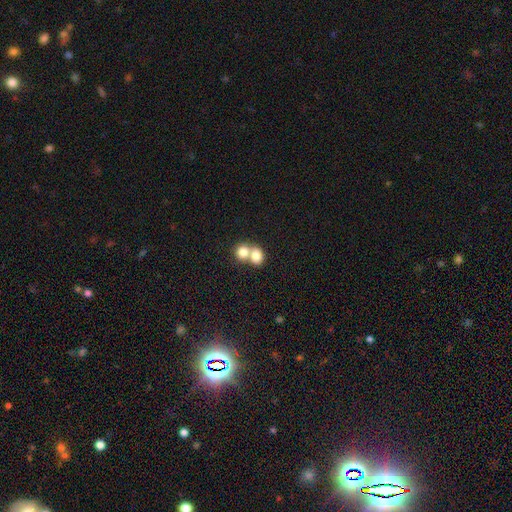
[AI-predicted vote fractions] Smooth or featured? Predicted: smooth (p=0.79). How rounded? Predicted: round (p=0.63). Merging? Predicted: merger (p=0.69).